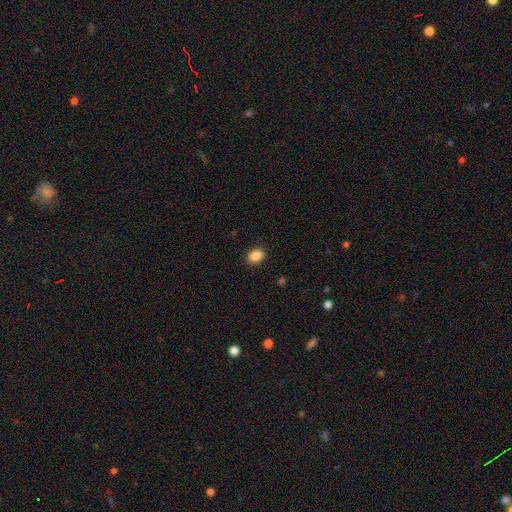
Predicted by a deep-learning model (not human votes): smooth-or-featured: smooth: 88% | star or artifact: 9% | featured or disk: 4%
  how-rounded: in between: 75% | round: 24% | cigar-shaped: 1%
  merging: none: 89% | minor disturbance: 8% | major disturbance: 2% | merger: 1%